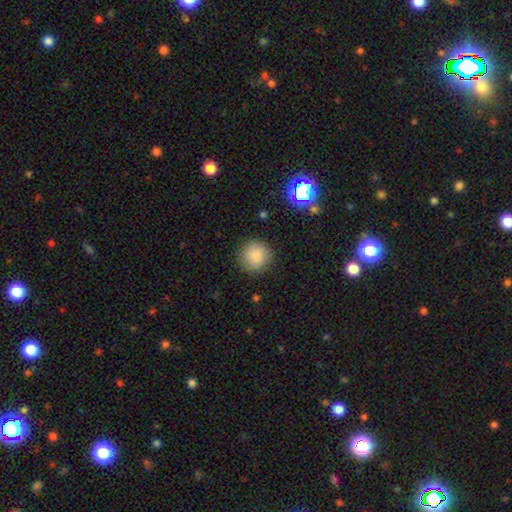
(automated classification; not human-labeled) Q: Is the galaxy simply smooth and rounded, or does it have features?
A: smooth — 82%.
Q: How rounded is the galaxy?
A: round — 94%.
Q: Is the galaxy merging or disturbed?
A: none — 87%.